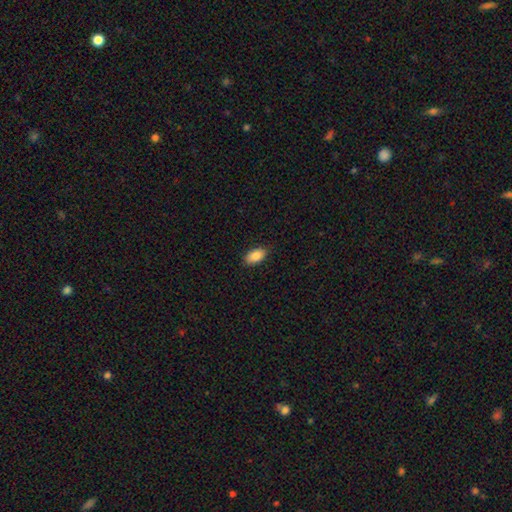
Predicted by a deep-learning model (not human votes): A smooth galaxy with no disk features (88%) that is in between round and cigar-shaped (93%). Merging: none (86%).